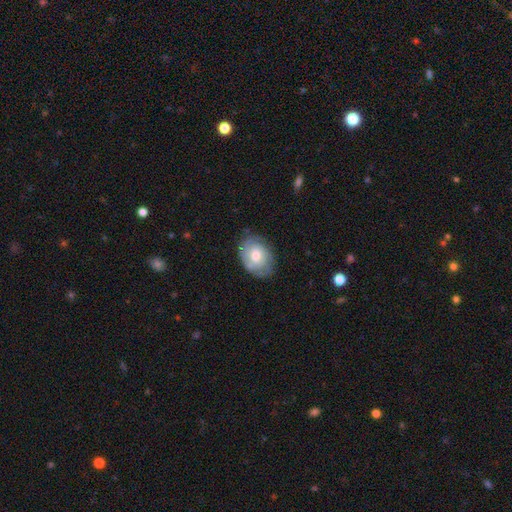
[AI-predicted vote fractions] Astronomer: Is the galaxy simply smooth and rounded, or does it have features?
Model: featured or disk — 56% (runner-up: smooth, 37%).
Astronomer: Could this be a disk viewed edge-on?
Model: no — 95%.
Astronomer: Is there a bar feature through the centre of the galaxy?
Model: no — 72%.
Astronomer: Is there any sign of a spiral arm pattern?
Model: yes — 78%.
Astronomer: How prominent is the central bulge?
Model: moderate — 70%.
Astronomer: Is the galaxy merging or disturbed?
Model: none — 75%.